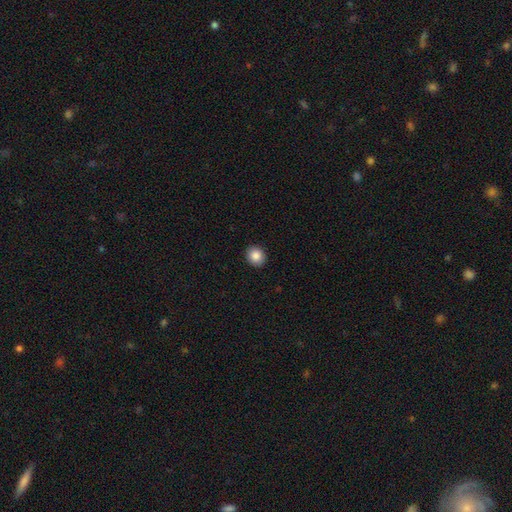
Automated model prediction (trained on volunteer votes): The model was most divided on "how rounded": round: 77%, in between: 22%, cigar-shaped: 1%. More confident: merging — none (92%); smooth or featured — smooth (86%).